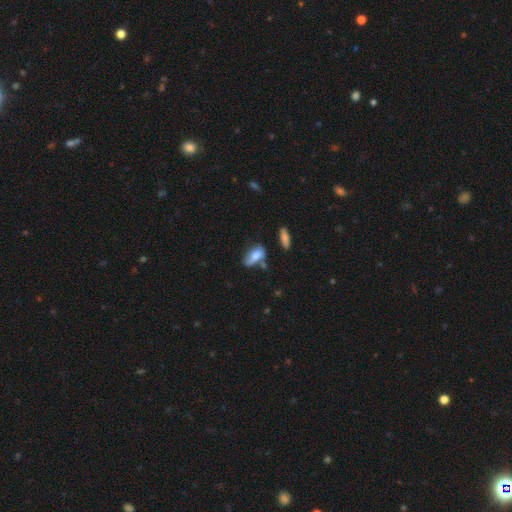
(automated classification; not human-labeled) Smooth or featured?
  - smooth: 68% *
  - featured or disk: 23%
  - star or artifact: 8%
How rounded?
  - in between: 87% *
  - cigar-shaped: 8%
  - round: 6%
Merging?
  - none: 37% *
  - minor disturbance: 31%
  - major disturbance: 16%
  - merger: 15%